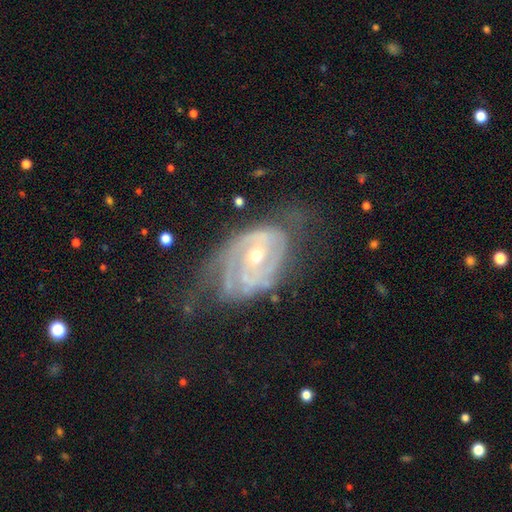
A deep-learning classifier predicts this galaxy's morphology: The model was most divided on "bulge size": small: 53%, moderate: 44%, large: 1%, none: 1%, dominant: 1%. Remaining: edge-on disk — no (96%); spiral arms — yes (92%); smooth or featured — featured or disk (85%); spiral winding — tight (64%); bar — no (60%); merging — none (49%); spiral arm count — 2 (40%).